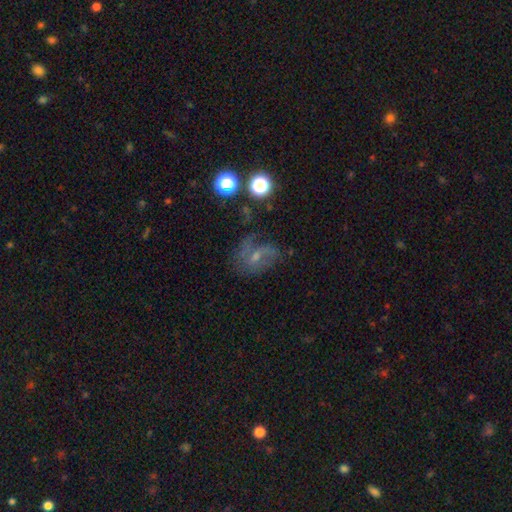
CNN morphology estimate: type=featured or disk (57%); edge-on=no (96%); bar=no (45%); spiral arms=yes (73%); bulge=small (56%); merging=none (42%).